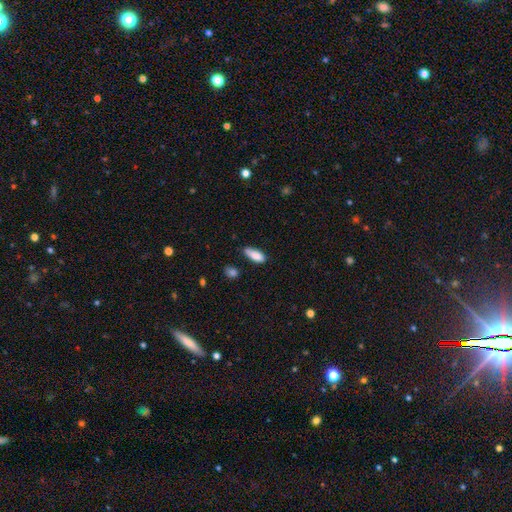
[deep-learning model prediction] The model was most divided on "merging": none: 57%, minor disturbance: 33%, major disturbance: 6%, merger: 3%. More confident: smooth or featured — smooth (85%); how rounded — in between (74%).